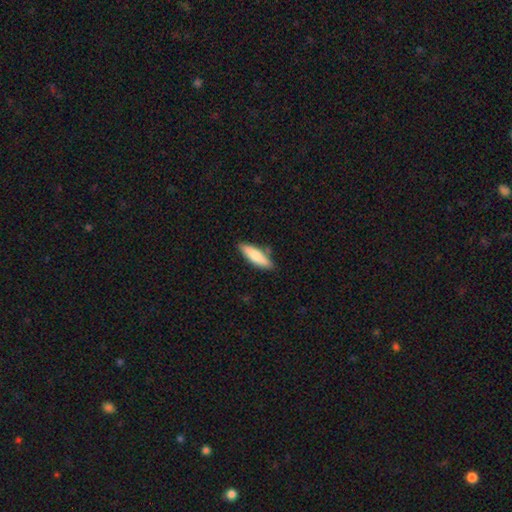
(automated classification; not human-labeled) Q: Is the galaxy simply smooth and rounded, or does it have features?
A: smooth — 76%.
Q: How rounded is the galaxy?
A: cigar-shaped — 61%.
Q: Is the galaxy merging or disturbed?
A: none — 80%.